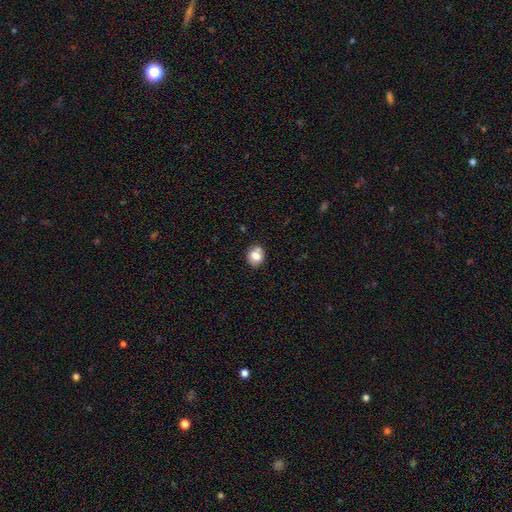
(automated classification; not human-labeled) Smooth or featured: smooth — 76% (featured or disk — 14%)
How rounded: round — 73% (in between — 26%)
Merging: none — 73% (minor disturbance — 14%)